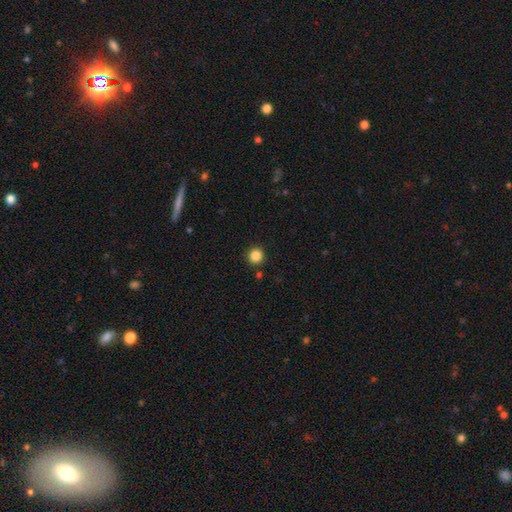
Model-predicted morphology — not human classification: smooth 86%, star or artifact 11%, featured or disk 3%. Down the decision tree: how rounded — round (92%); merging — none (90%).